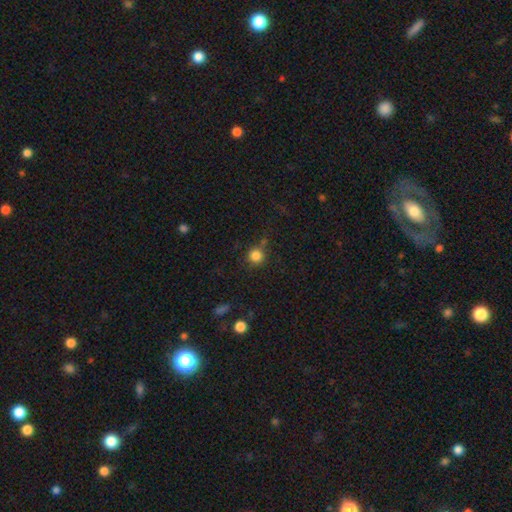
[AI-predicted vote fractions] smooth_or_featured: smooth (p=0.83) [alt: star or artifact p=0.12]
how_rounded: round (p=0.93) [alt: in between p=0.06]
merging: none (p=0.75) [alt: minor disturbance p=0.12]